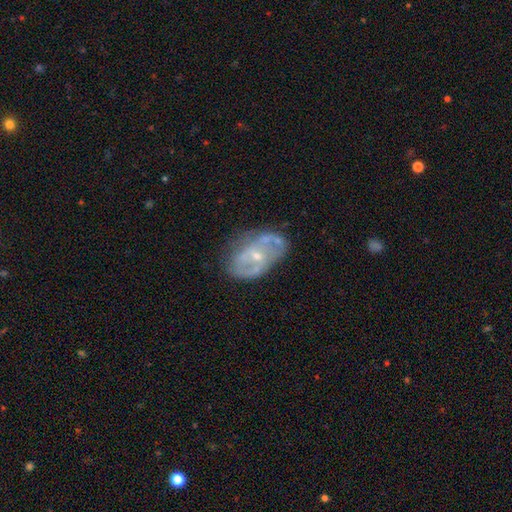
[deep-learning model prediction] Q: Smooth or featured?
A: featured or disk (75%); runner-up: smooth (18%)
Q: Edge-on disk?
A: no (95%); runner-up: yes (5%)
Q: Bar?
A: no (56%); runner-up: weak (33%)
Q: Spiral arms?
A: yes (65%); runner-up: no (35%)
Q: Bulge size?
A: small (64%); runner-up: moderate (32%)
Q: Merging?
A: none (56%); runner-up: minor disturbance (26%)